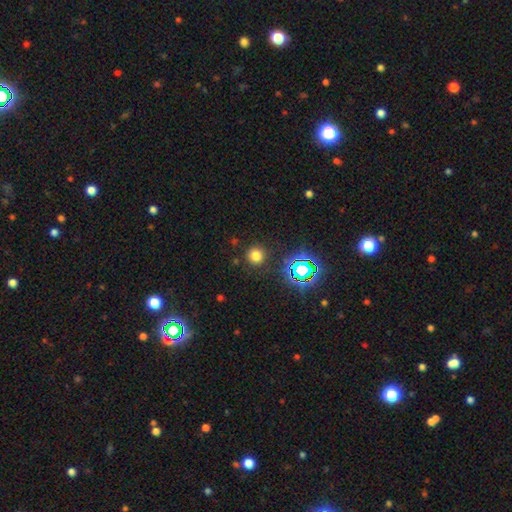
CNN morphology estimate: Smooth or featured? smooth (70%)
How rounded? round (93%)
Merging? none (87%)